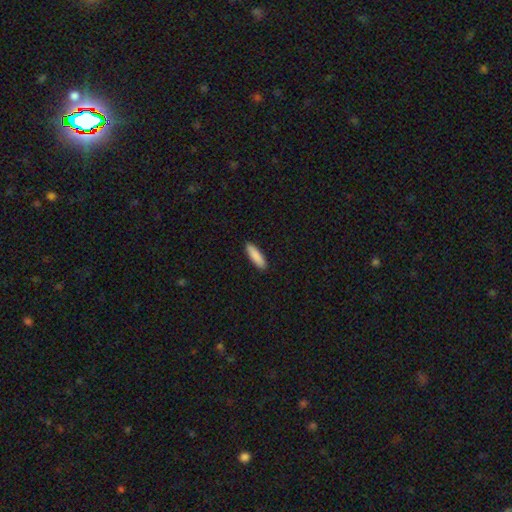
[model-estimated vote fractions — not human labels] The model was most divided on "how rounded": cigar-shaped: 68%, in between: 31%, round: 1%. More confident: merging — none (90%); smooth or featured — smooth (88%).